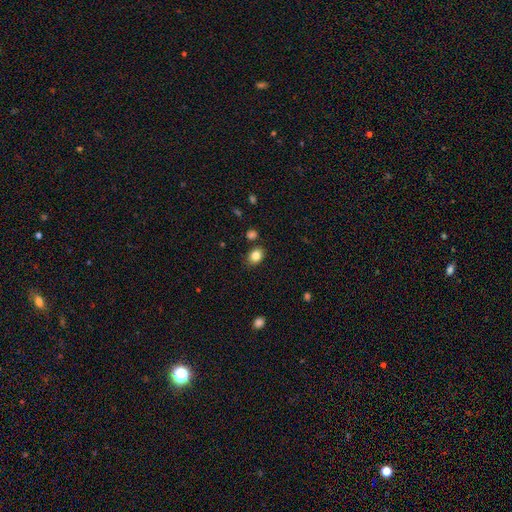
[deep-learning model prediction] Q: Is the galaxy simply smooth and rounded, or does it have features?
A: smooth — 84%.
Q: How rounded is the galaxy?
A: in between — 65%.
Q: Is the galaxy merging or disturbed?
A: none — 82%.